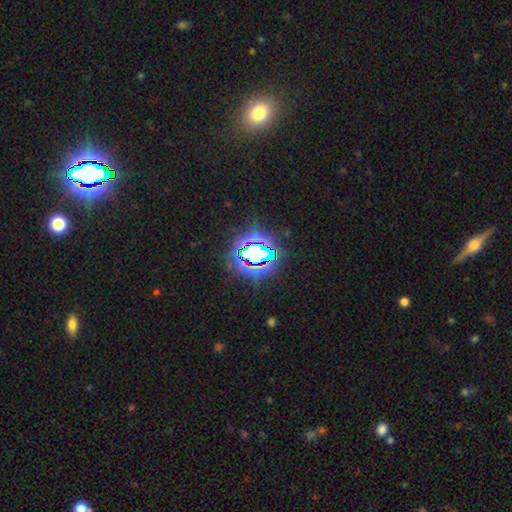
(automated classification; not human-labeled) Smooth or featured: star or artifact — 70% (smooth — 17%)